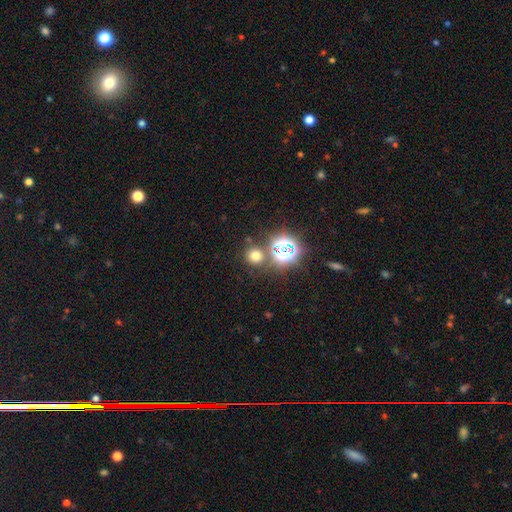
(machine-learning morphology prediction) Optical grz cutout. It shows a smooth galaxy with no disk features (64%) that is round (87%). Merging: none (78%).